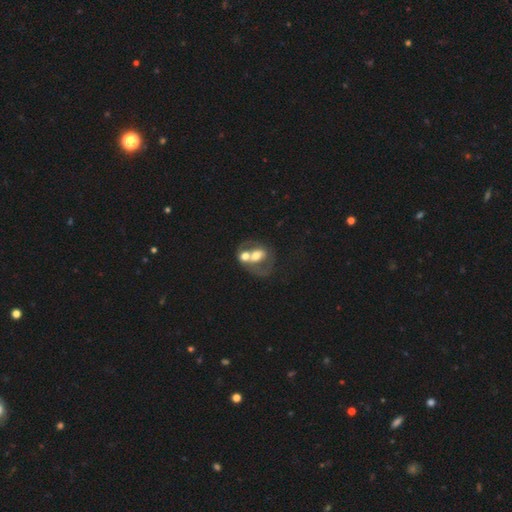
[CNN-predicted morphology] Q: Smooth or featured?
A: featured or disk (50%); runner-up: smooth (41%)
Q: Merging?
A: merger (62%); runner-up: none (20%)